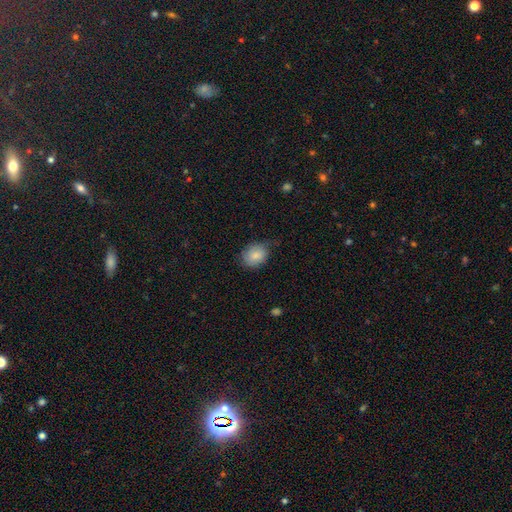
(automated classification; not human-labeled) Smooth or featured: smooth — 81% (featured or disk — 12%)
How rounded: in between — 63% (round — 36%)
Merging: none — 61% (minor disturbance — 30%)